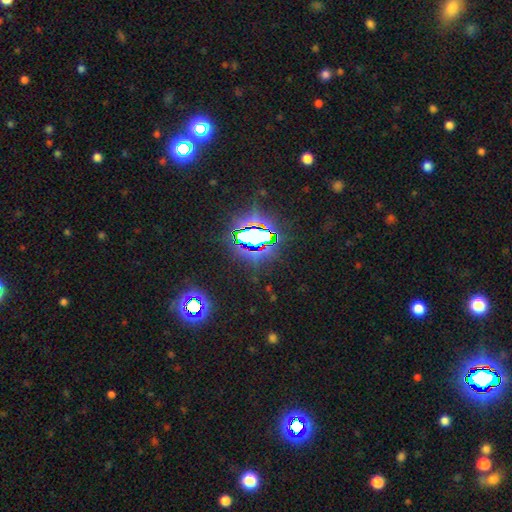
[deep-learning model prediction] This is likely a star or artifact rather than a galaxy (77%).